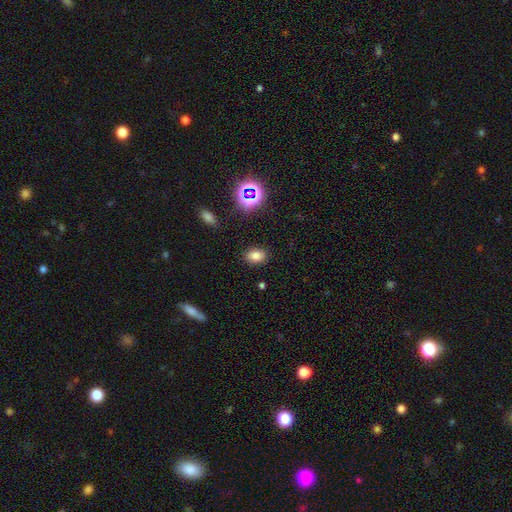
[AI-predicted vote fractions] Smooth or featured?
  - smooth: 77% *
  - star or artifact: 15%
  - featured or disk: 7%
How rounded?
  - in between: 72% *
  - round: 26%
  - cigar-shaped: 1%
Merging?
  - none: 87% *
  - minor disturbance: 9%
  - major disturbance: 3%
  - merger: 2%